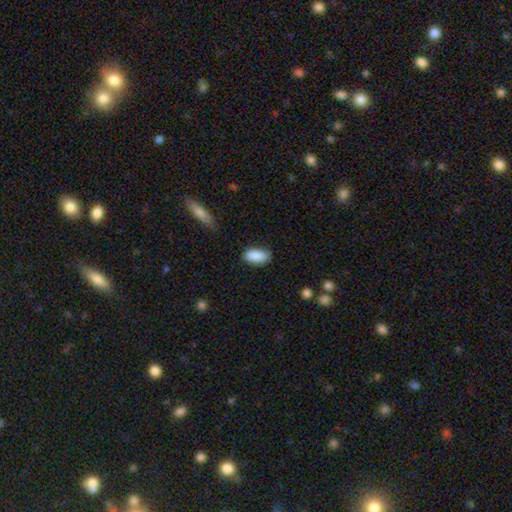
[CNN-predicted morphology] This appears to be a smooth galaxy with no disk features (88%) that is in between round and cigar-shaped (92%). Merging: none (82%).